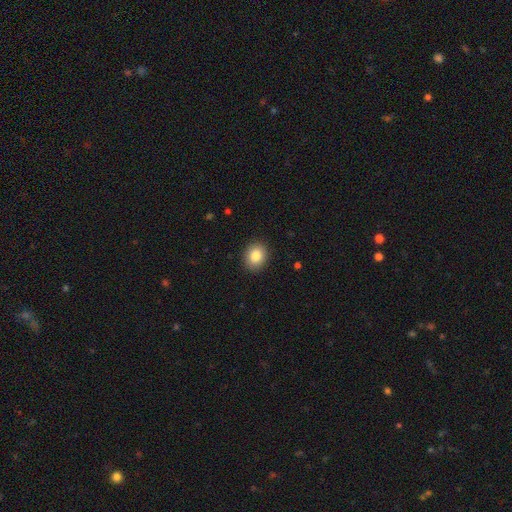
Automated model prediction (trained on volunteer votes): Smooth or featured? Predicted: smooth (p=0.85). How rounded? Predicted: round (p=0.58). Merging? Predicted: none (p=0.90).